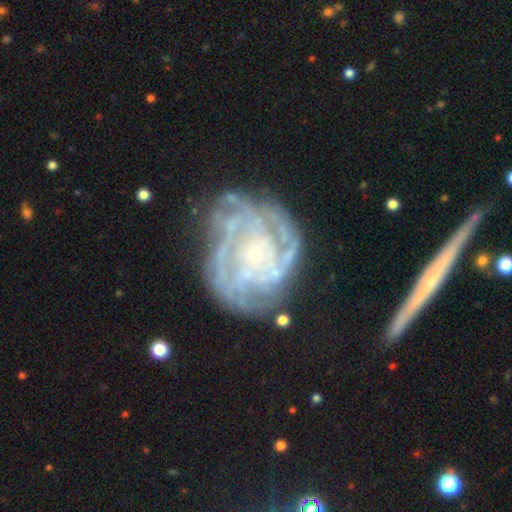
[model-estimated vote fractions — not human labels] smooth-or-featured: featured or disk: 86% | smooth: 8% | star or artifact: 7%
  disk-edge-on: no: 97% | yes: 3%
    bar: no: 79% | weak: 16% | strong: 5%
    has-spiral-arms: yes: 92% | no: 8%
      spiral-winding: tight: 68% | medium: 25% | loose: 6%
      spiral-arm-count: can't tell: 33% | 4: 20% | 3: 15% | more than 4: 13% | 2: 12% | 1: 7%
    bulge-size: small: 84% | moderate: 10% | none: 3% | large: 1% | dominant: 1%
  merging: none: 64% | minor disturbance: 21% | major disturbance: 12% | merger: 3%